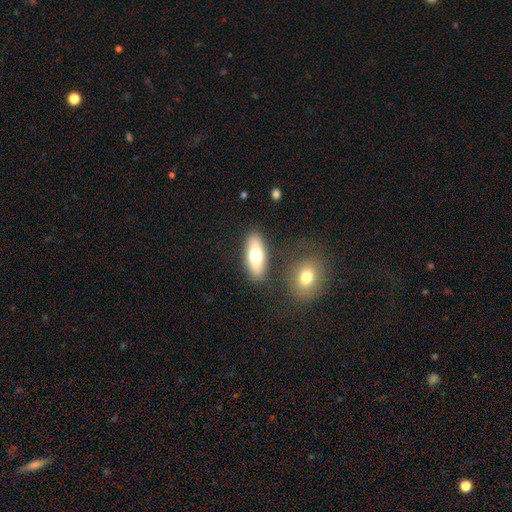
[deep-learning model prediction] Morphology: type=smooth (69%); roundness=in between (77%); merging=none (82%).